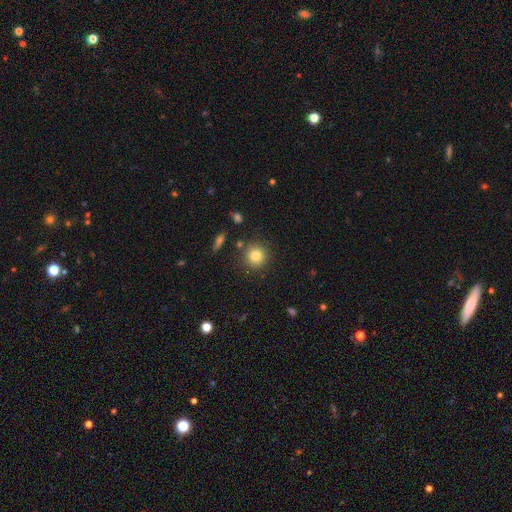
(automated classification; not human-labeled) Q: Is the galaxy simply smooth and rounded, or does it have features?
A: smooth — 81%.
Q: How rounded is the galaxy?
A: round — 93%.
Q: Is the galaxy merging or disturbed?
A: none — 86%.